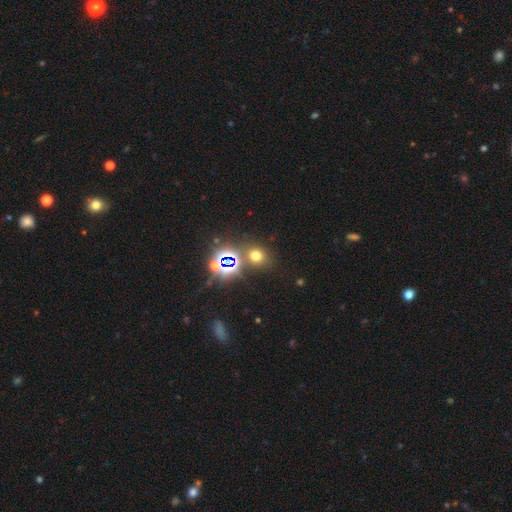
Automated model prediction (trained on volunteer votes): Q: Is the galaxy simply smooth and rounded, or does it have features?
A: smooth — 56%.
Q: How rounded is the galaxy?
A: round — 76%.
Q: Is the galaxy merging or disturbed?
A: none — 77%.